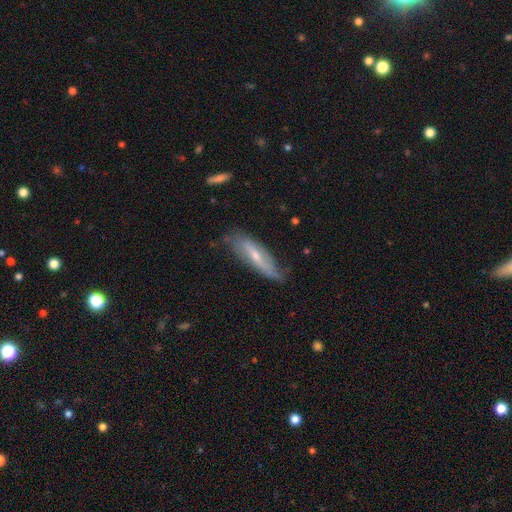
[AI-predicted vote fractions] Smooth or featured? featured or disk (64%)
Edge-on disk? no (61%)
Merging? none (61%)